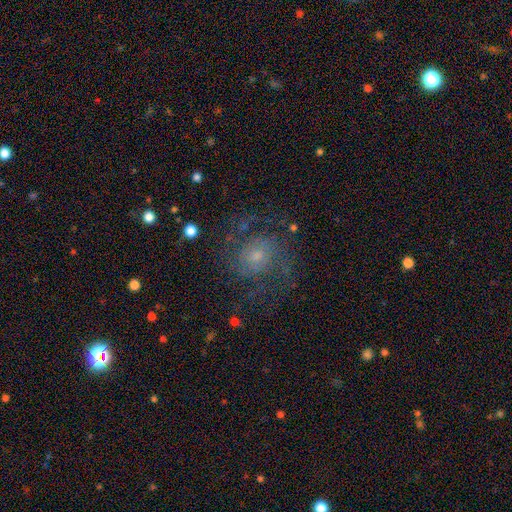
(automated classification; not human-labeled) featured or disk 76%, smooth 12%, star or artifact 12%. Down the decision tree: edge-on disk — no (98%); bar — no (71%); spiral arms — yes (93%); spiral arm count — 2 (70%); spiral winding — medium (49%); bulge size — small (53%); merging — none (74%).